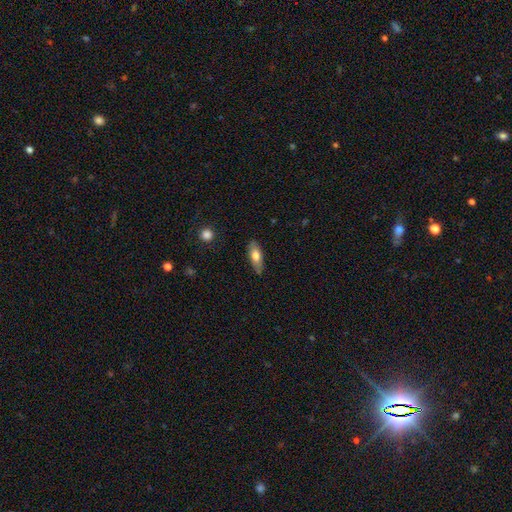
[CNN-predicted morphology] A smooth galaxy with no disk features (69%) that is in between round and cigar-shaped (68%). Merging: none (83%).